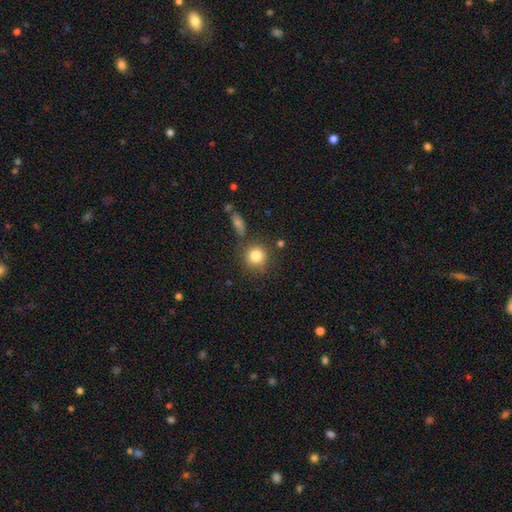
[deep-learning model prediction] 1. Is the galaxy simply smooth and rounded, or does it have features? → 82% smooth, 10% star or artifact, 8% featured or disk.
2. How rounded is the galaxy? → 87% round, 12% in between, 1% cigar-shaped.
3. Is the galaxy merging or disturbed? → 73% none, 13% minor disturbance, 9% merger, 4% major disturbance.